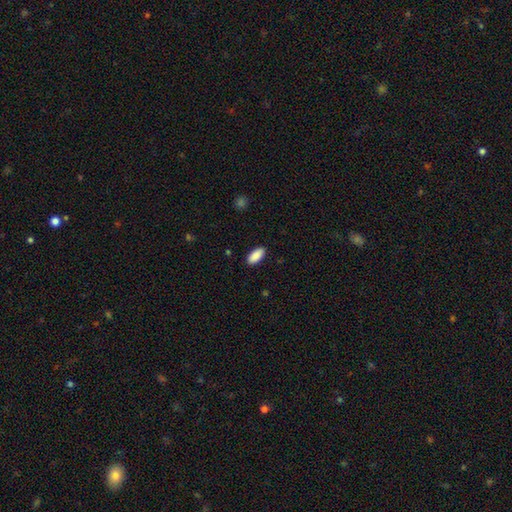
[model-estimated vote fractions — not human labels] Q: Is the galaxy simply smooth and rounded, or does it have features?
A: smooth — 90%.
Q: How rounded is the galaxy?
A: in between — 89%.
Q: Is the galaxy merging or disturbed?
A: none — 89%.